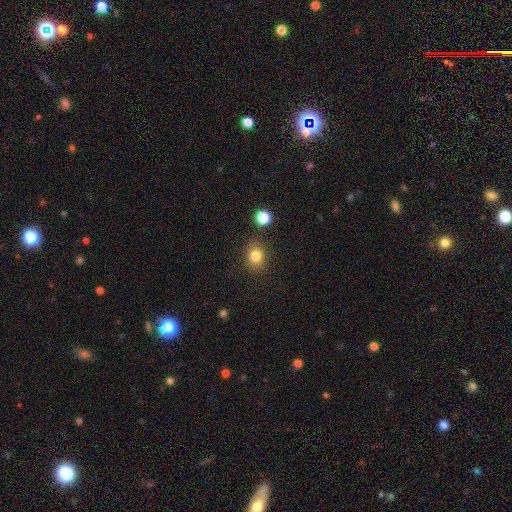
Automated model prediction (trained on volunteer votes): smooth_or_featured: smooth (p=0.82) [alt: star or artifact p=0.12]
how_rounded: round (p=0.65) [alt: in between p=0.34]
merging: none (p=0.82) [alt: minor disturbance p=0.10]